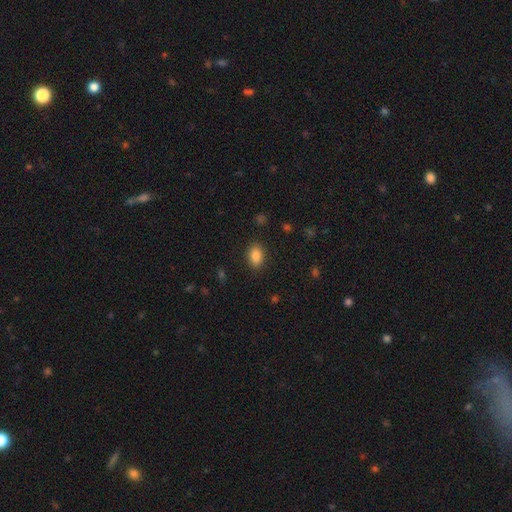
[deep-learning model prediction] The model was most divided on "how rounded": in between: 83%, round: 15%, cigar-shaped: 2%. More confident: merging — none (87%); smooth or featured — smooth (87%).